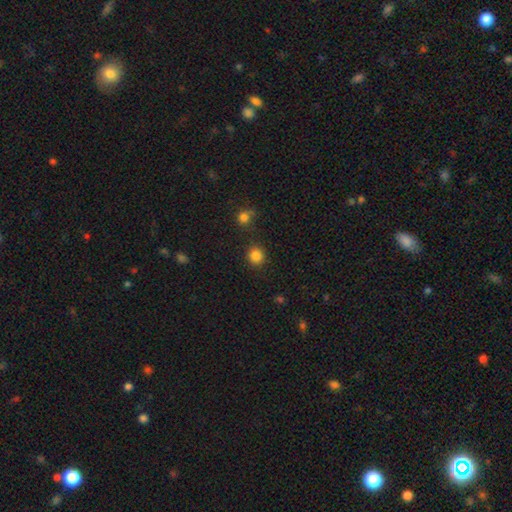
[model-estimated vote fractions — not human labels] smooth 84%, star or artifact 12%, featured or disk 4%. Down the decision tree: how rounded — round (88%); merging — none (87%).